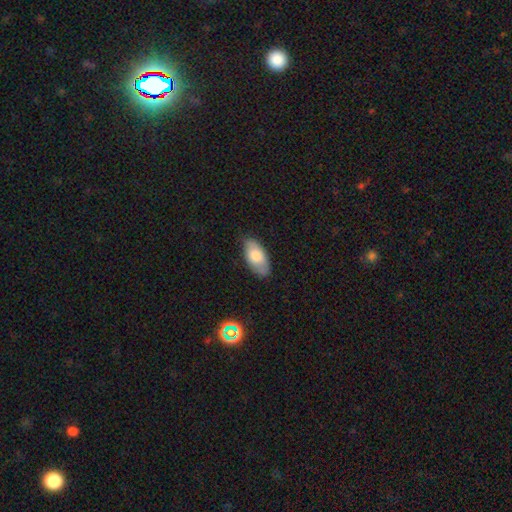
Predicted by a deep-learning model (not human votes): A smooth galaxy with no disk features (78%) that is in between round and cigar-shaped (93%). Merging: none (78%).